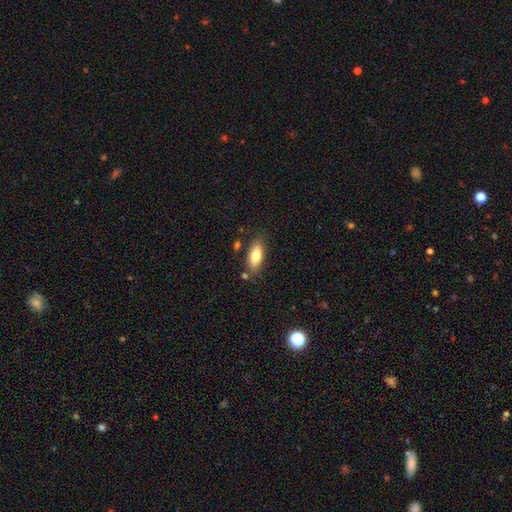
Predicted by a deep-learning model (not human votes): Smooth or featured? Predicted: smooth (p=0.76). How rounded? Predicted: in between (p=0.82). Merging? Predicted: none (p=0.76).